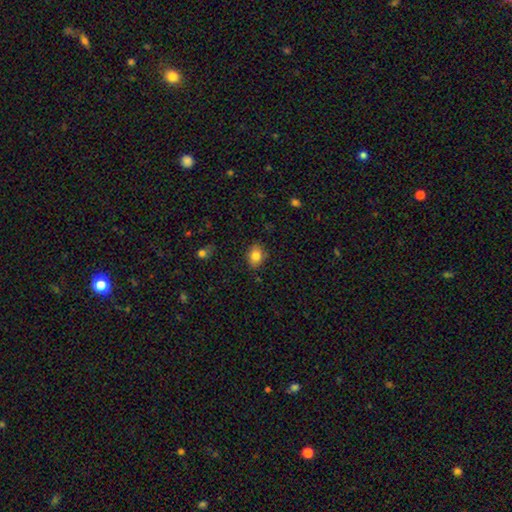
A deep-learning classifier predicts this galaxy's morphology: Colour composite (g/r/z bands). It shows a smooth galaxy with no disk features (83%) that is in between round and cigar-shaped (67%). Merging: none (84%).